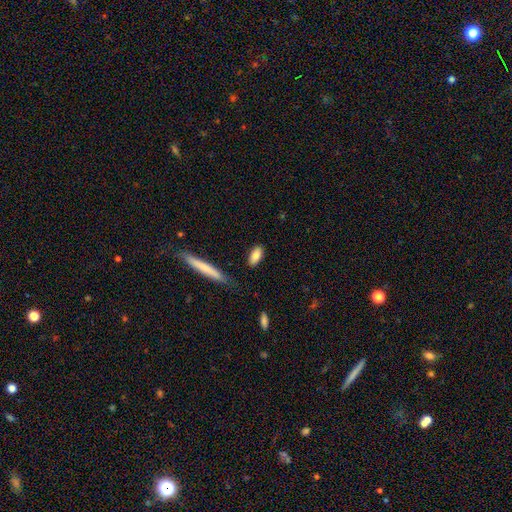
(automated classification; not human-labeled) Smooth or featured? Predicted: smooth (p=0.79). How rounded? Predicted: in between (p=0.77). Merging? Predicted: none (p=0.83).